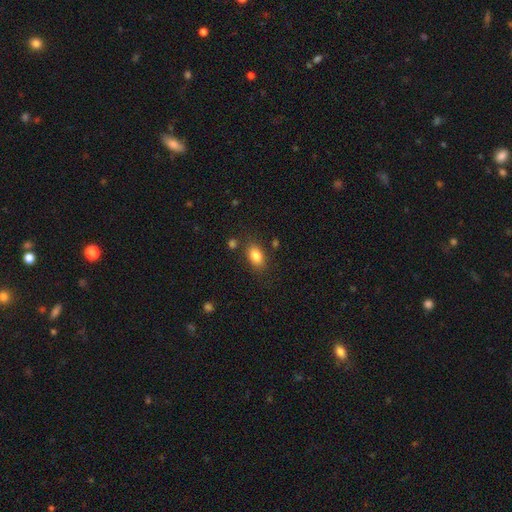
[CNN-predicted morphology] A smooth galaxy with no disk features (84%) that is in between round and cigar-shaped (88%).

Vote fractions:
- Smooth or featured? smooth: 84% / star or artifact: 9% / featured or disk: 8%
- How rounded? in between: 88% / round: 10% / cigar-shaped: 2%
- Merging? none: 80% / minor disturbance: 12% / merger: 4% / major disturbance: 3%